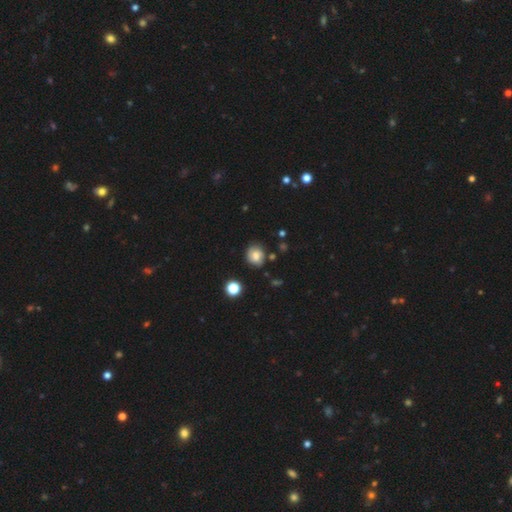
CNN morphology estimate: smooth-or-featured: smooth: 67% | featured or disk: 22% | star or artifact: 11%
  how-rounded: round: 73% | in between: 26% | cigar-shaped: 1%
  merging: none: 74% | minor disturbance: 18% | major disturbance: 5% | merger: 3%